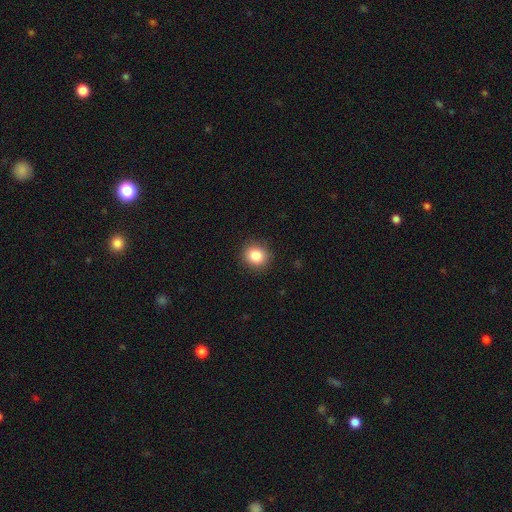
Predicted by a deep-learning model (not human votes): Morphology: type=smooth (84%); roundness=round (83%); merging=none (90%).